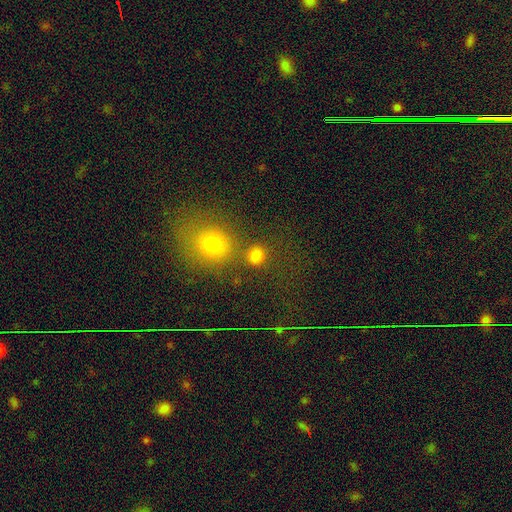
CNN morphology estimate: type=smooth (79%); roundness=round (87%); merging=none (77%).